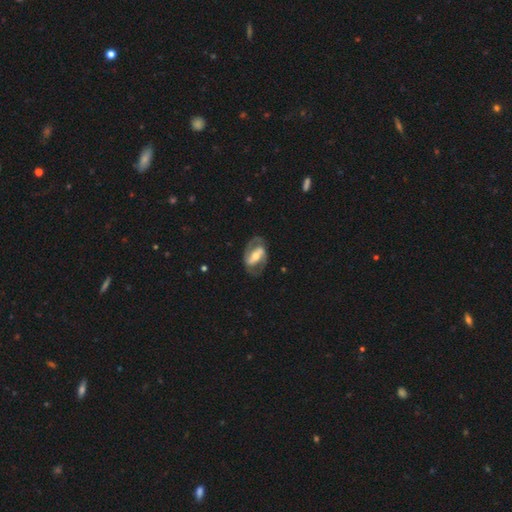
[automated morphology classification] Smooth or featured: featured or disk — 81% (smooth — 15%)
Edge-on disk: no — 95% (yes — 5%)
Bar: strong — 57% (weak — 28%)
Spiral arms: yes — 84% (no — 16%)
Spiral winding: medium — 50% (tight — 31%)
Spiral arm count: 2 — 88% (can't tell — 6%)
Bulge size: moderate — 58% (small — 28%)
Merging: none — 76% (minor disturbance — 14%)